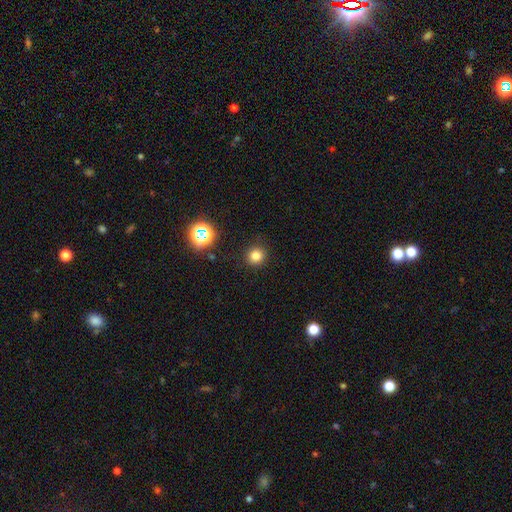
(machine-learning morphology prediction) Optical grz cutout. It shows a smooth galaxy with no disk features (78%) that is round (94%). Merging: none (91%).